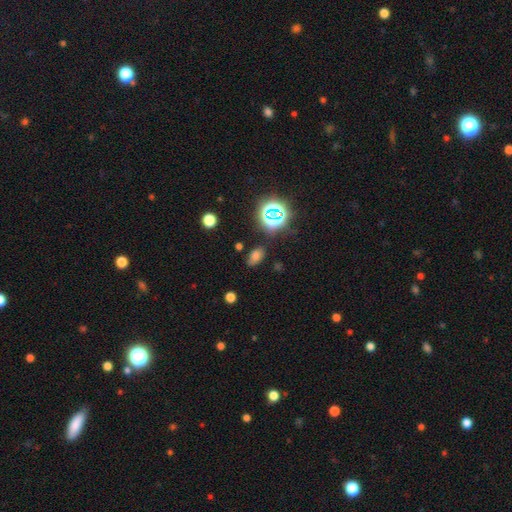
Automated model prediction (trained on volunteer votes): The model was most divided on "smooth or featured": smooth: 64%, star or artifact: 27%, featured or disk: 9%. More confident: how rounded — in between (87%); merging — none (79%).